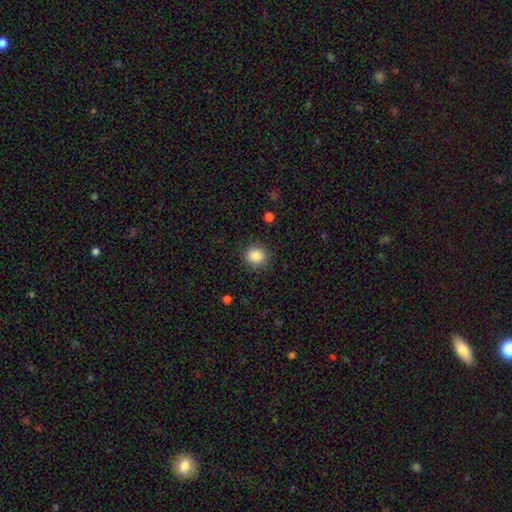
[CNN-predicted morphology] A smooth galaxy with no disk features (85%) that is round (87%). Merging: none (89%).